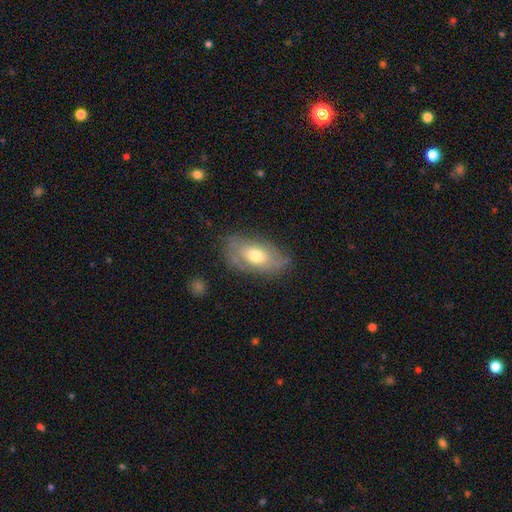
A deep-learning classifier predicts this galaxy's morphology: Q: Smooth or featured?
A: smooth (51%); runner-up: featured or disk (41%)
Q: How rounded?
A: in between (90%); runner-up: round (6%)
Q: Merging?
A: none (69%); runner-up: minor disturbance (22%)